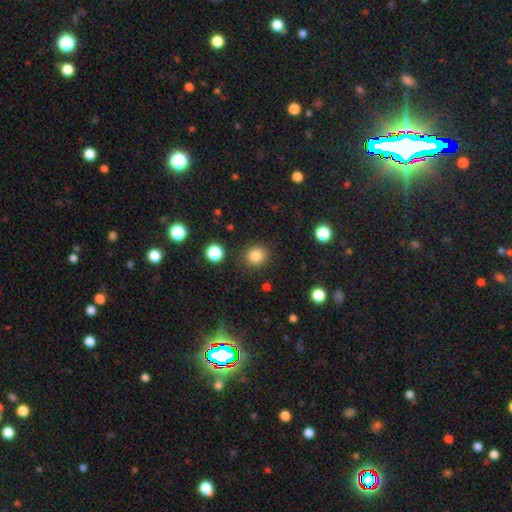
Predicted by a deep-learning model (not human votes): The model was most divided on "smooth or featured": smooth: 84%, star or artifact: 12%, featured or disk: 4%. More confident: how rounded — round (88%); merging — none (87%).